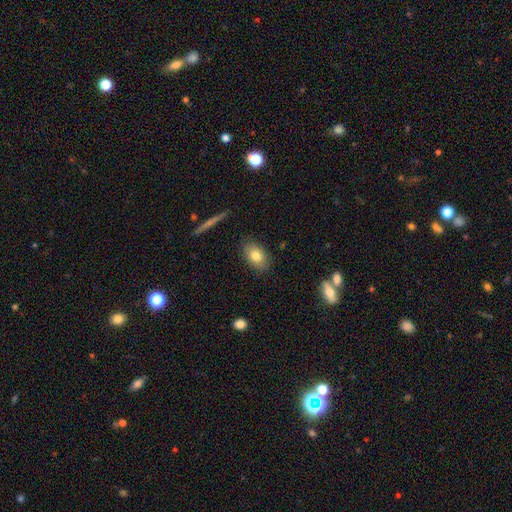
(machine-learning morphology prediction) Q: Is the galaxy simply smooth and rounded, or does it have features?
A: smooth — 78%.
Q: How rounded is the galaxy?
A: in between — 87%.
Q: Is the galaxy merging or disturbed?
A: none — 85%.